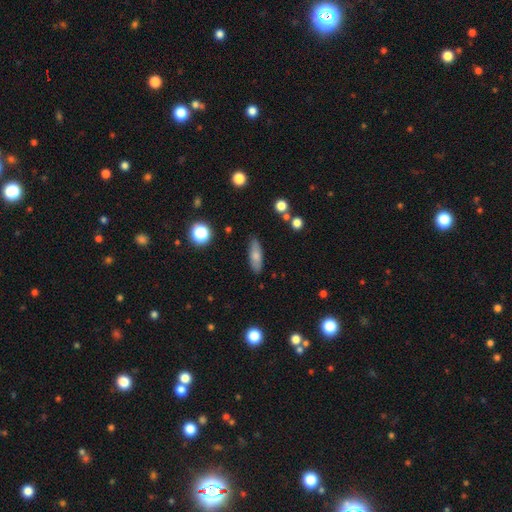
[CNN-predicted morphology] Smooth or featured? Predicted: smooth (p=0.73). How rounded? Predicted: in between (p=0.53). Merging? Predicted: none (p=0.85).